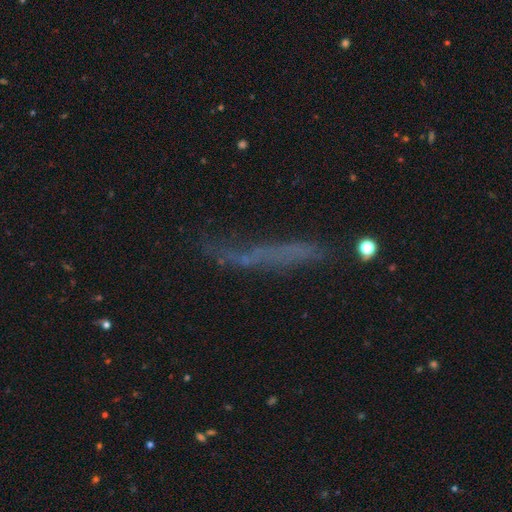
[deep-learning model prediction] Overall: smooth (44%; featured or disk 37%). Merging: none (50%; minor disturbance 24%).